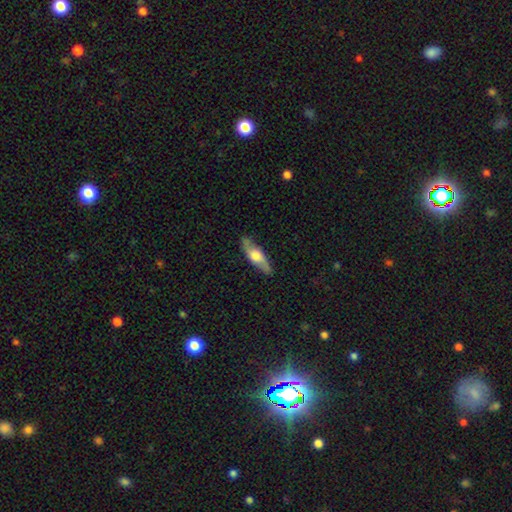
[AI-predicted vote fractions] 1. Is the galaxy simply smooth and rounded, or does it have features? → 53% featured or disk, 42% smooth, 5% star or artifact.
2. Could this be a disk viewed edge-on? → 67% yes, 33% no.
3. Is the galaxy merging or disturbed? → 84% none, 12% minor disturbance, 3% major disturbance, 1% merger.